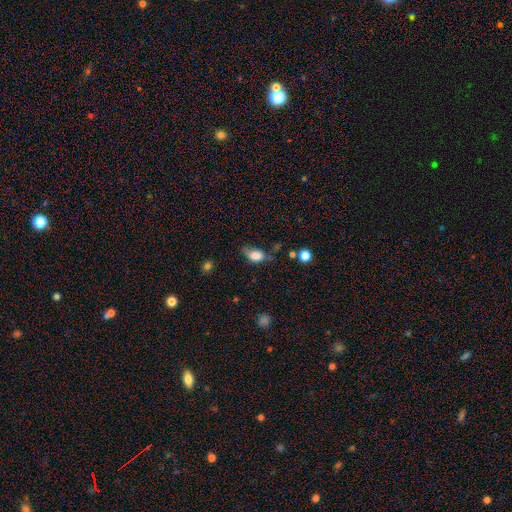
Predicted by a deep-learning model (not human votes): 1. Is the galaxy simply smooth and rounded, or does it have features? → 79% smooth, 12% featured or disk, 10% star or artifact.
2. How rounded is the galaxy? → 83% in between, 13% round, 3% cigar-shaped.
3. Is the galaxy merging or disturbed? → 39% minor disturbance, 37% none, 19% major disturbance, 5% merger.